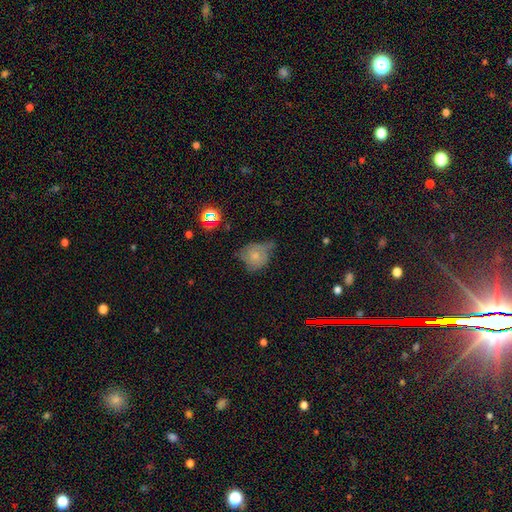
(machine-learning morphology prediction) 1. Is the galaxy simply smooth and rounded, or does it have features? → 61% smooth, 27% featured or disk, 12% star or artifact.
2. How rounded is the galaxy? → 66% round, 32% in between, 1% cigar-shaped.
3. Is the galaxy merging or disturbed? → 43% minor disturbance, 32% none, 20% major disturbance, 5% merger.